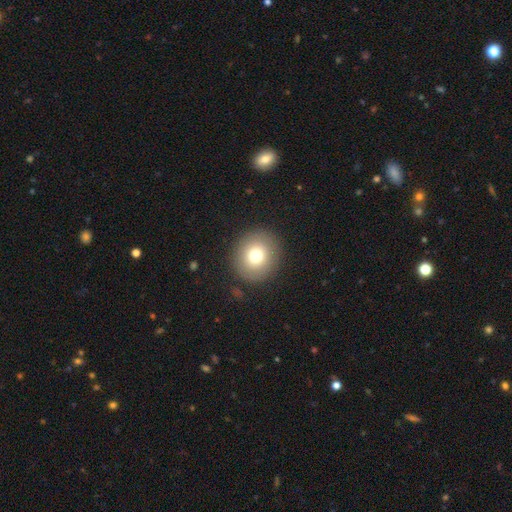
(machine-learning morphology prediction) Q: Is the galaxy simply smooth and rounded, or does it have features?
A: smooth — 76%.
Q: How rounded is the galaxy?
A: round — 87%.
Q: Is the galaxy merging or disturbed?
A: none — 89%.